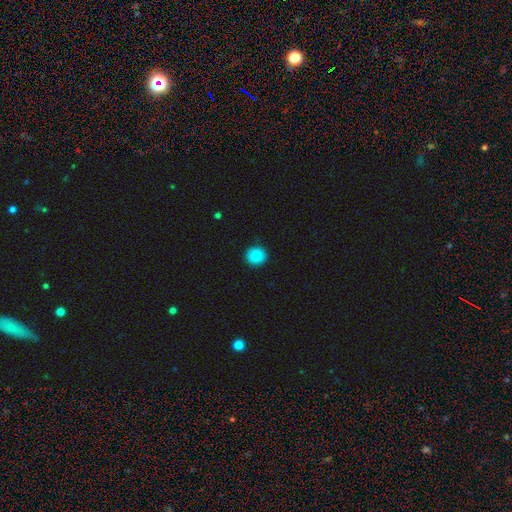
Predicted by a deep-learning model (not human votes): A smooth galaxy with no disk features (88%) that is round (90%). Merging: none (92%).